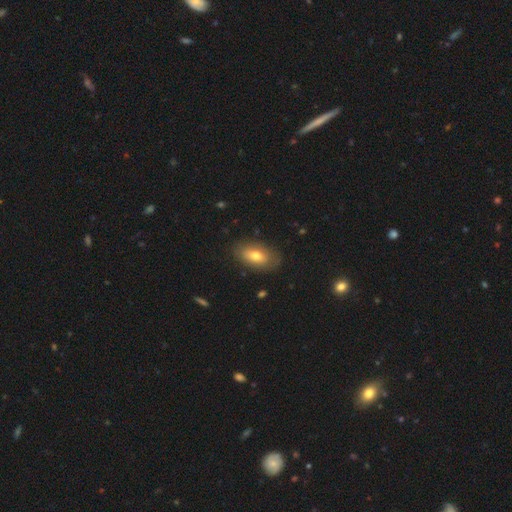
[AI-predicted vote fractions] Smooth or featured? Predicted: smooth (p=0.71). How rounded? Predicted: in between (p=0.90). Merging? Predicted: none (p=0.82).